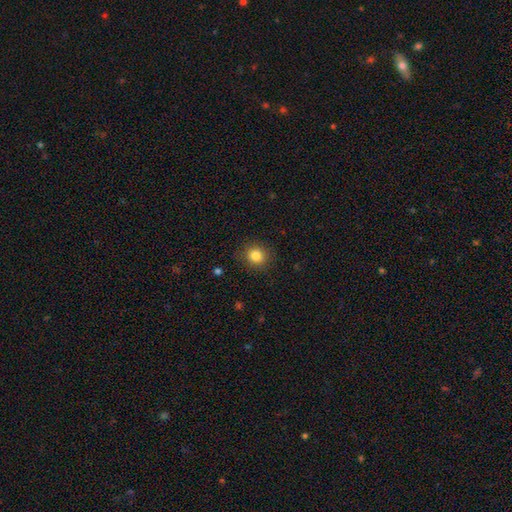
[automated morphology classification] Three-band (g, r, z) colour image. It shows a smooth galaxy with no disk features (84%) that is round (84%). Merging: none (88%).